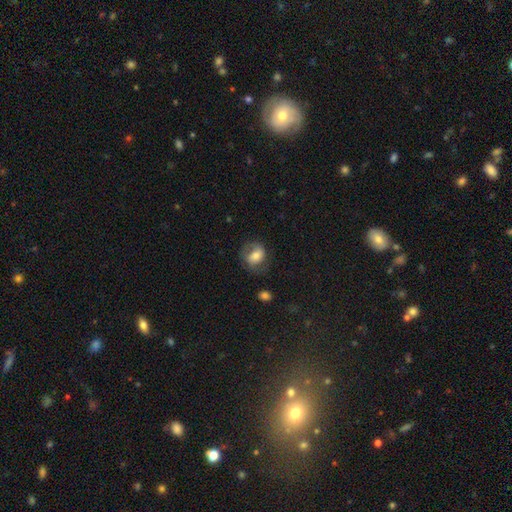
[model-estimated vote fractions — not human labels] Morphology: type=smooth (61%); roundness=in between (53%); merging=none (61%).